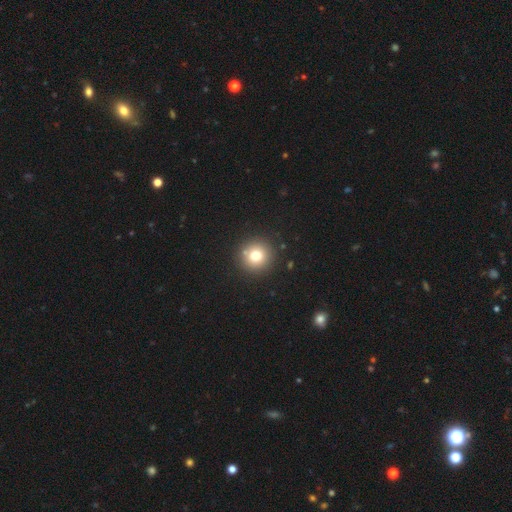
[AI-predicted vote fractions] Smooth or featured: smooth — 74% (star or artifact — 14%)
How rounded: round — 95% (in between — 4%)
Merging: none — 88% (minor disturbance — 6%)